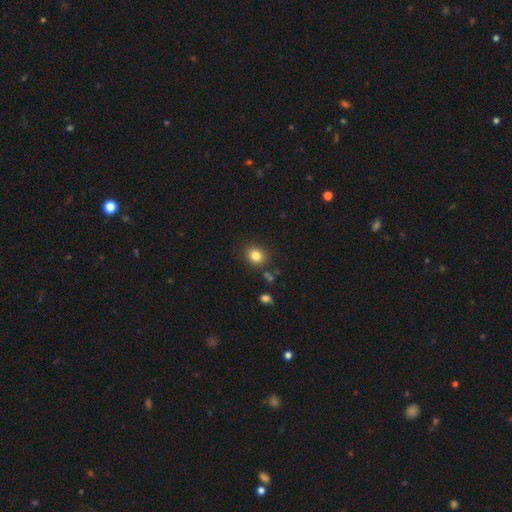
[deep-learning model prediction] Smooth or featured? smooth (83%)
How rounded? round (65%)
Merging? none (85%)